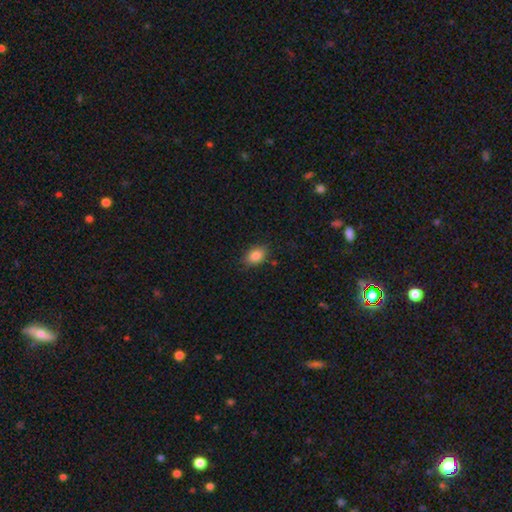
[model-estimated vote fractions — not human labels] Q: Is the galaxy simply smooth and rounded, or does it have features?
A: smooth — 85%.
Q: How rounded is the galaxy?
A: in between — 82%.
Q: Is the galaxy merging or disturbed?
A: none — 82%.